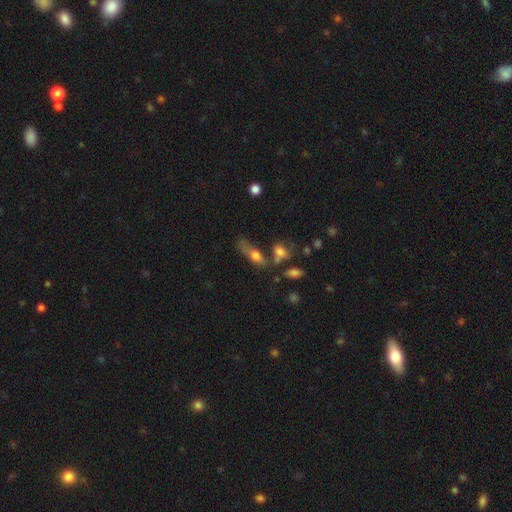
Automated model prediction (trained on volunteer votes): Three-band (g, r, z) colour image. It shows a smooth galaxy with no disk features (67%) that is in between round and cigar-shaped (62%). Merging: none (35%).